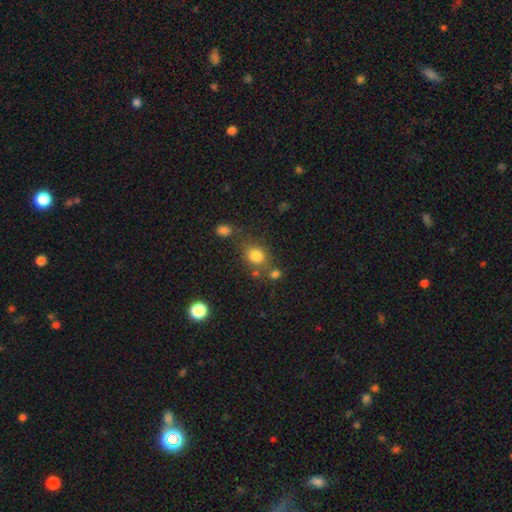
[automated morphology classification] type=smooth (80%); roundness=round (59%); merging=none (66%).